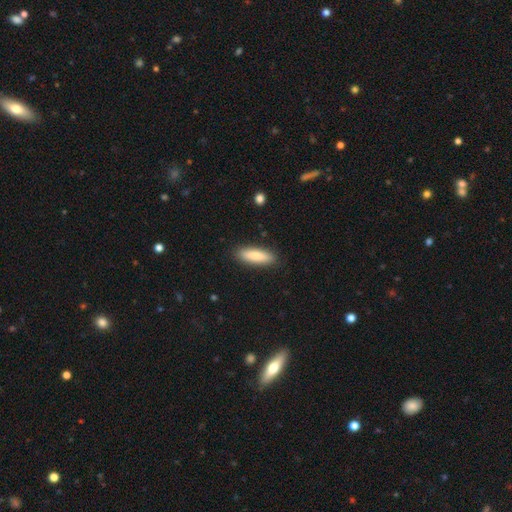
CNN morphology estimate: smooth_or_featured: smooth (p=0.82) [alt: featured or disk p=0.12]
how_rounded: cigar-shaped (p=0.52) [alt: in between p=0.46]
merging: none (p=0.89) [alt: minor disturbance p=0.08]